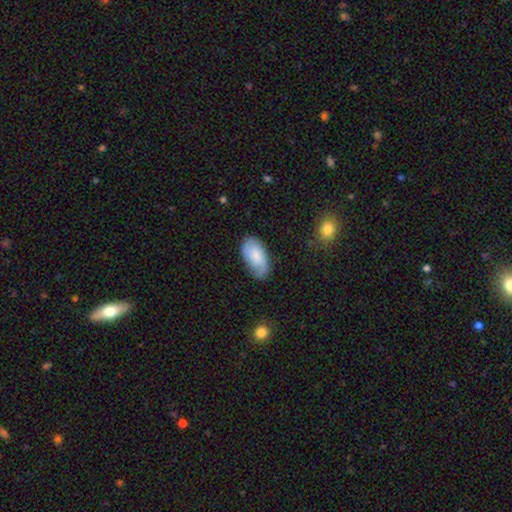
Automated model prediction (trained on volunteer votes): Morphology: type=smooth (57%); roundness=in between (94%); merging=none (69%).